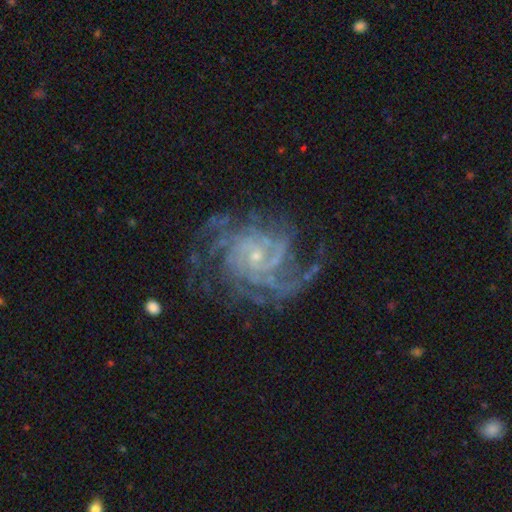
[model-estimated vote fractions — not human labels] Overall: featured or disk (90%). Edge-on disk: no (98%). Bar: no (72%). Spiral arms: yes (97%). Spiral arm count: 4 (23%; can't tell 22%). Spiral winding: tight (60%; medium 33%). Bulge size: small (83%). Merging: none (70%).